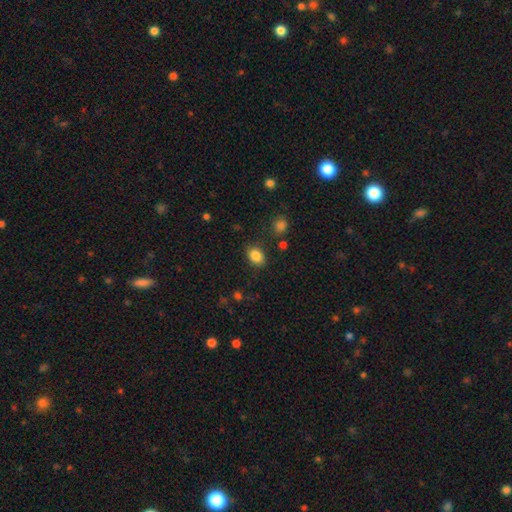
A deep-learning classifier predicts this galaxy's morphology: smooth-or-featured: smooth: 85% | star or artifact: 10% | featured or disk: 5%
  how-rounded: in between: 72% | round: 27% | cigar-shaped: 1%
  merging: none: 82% | minor disturbance: 12% | major disturbance: 3% | merger: 3%